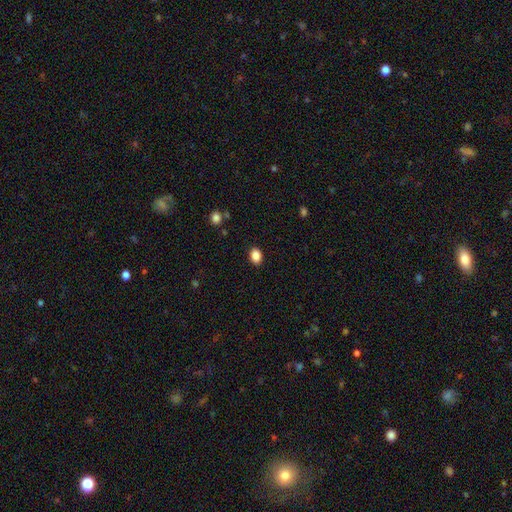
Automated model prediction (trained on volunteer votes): Overall: smooth (87%). How rounded: in between (73%). Merging: none (89%).